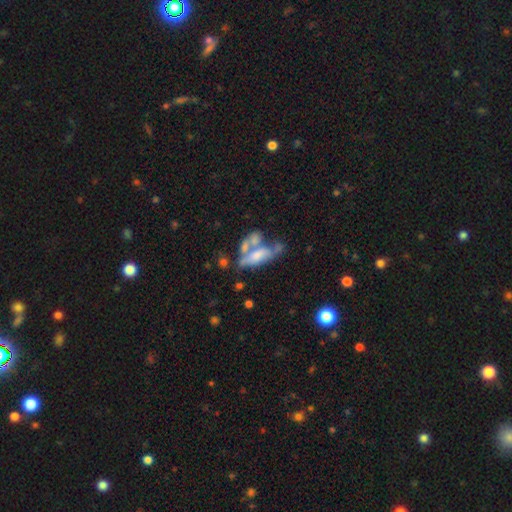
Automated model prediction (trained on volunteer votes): Smooth or featured? smooth (46%)
Merging? merger (45%)